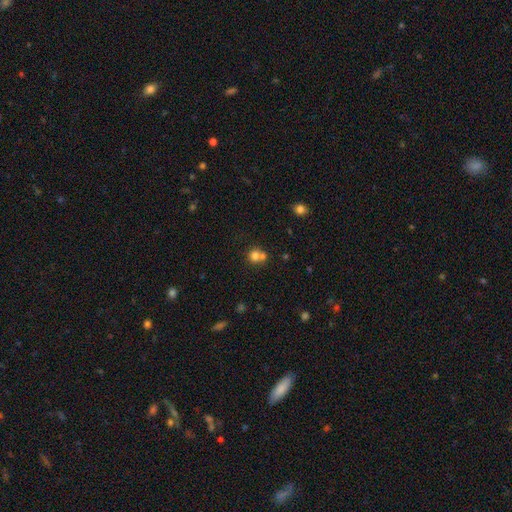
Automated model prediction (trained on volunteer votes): Smooth or featured: smooth — 74% (star or artifact — 13%)
How rounded: round — 82% (in between — 17%)
Merging: merger — 51% (none — 39%)